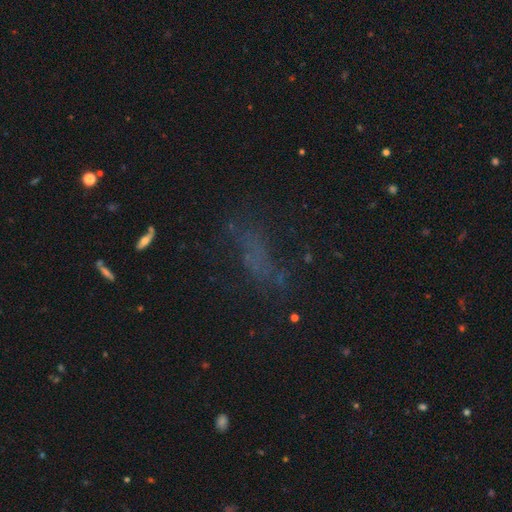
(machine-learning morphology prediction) Overall: smooth (38%; star or artifact 36%). Merging: none (52%; major disturbance 24%).